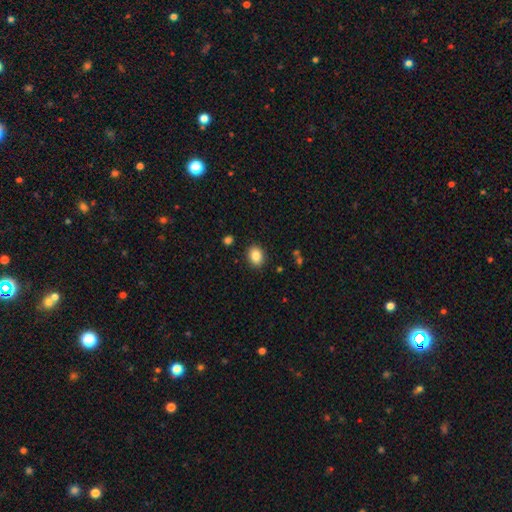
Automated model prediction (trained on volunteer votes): This appears to be a smooth galaxy with no disk features (86%) that is in between round and cigar-shaped (62%). Merging: none (89%).